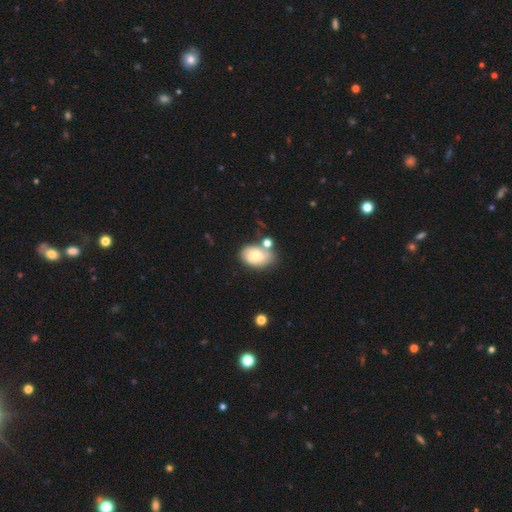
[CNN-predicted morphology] A smooth galaxy with no disk features (60%) that is in between round and cigar-shaped (83%).

Vote fractions:
- Smooth or featured? smooth: 60% / featured or disk: 32% / star or artifact: 8%
- How rounded? in between: 83% / round: 15% / cigar-shaped: 1%
- Merging? none: 48% / merger: 23% / minor disturbance: 22% / major disturbance: 8%